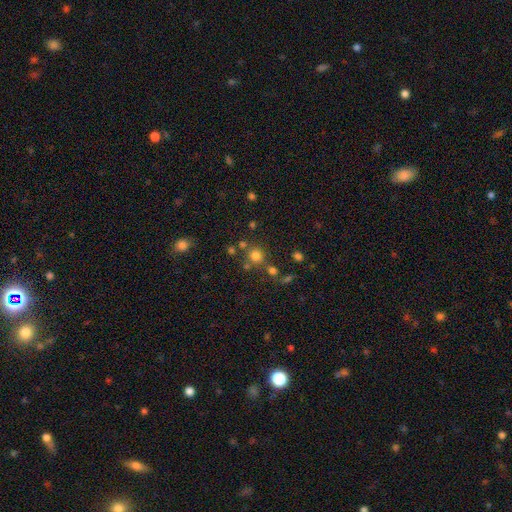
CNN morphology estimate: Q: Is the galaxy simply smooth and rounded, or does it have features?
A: smooth — 73%.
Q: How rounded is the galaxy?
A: round — 90%.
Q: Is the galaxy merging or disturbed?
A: none — 70%.